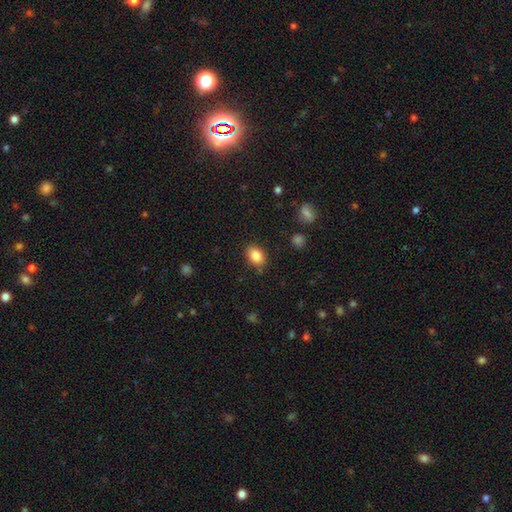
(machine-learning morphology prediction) smooth-or-featured: smooth: 84% | star or artifact: 9% | featured or disk: 7%
  how-rounded: in between: 78% | round: 21% | cigar-shaped: 1%
  merging: none: 84% | minor disturbance: 11% | major disturbance: 3% | merger: 2%